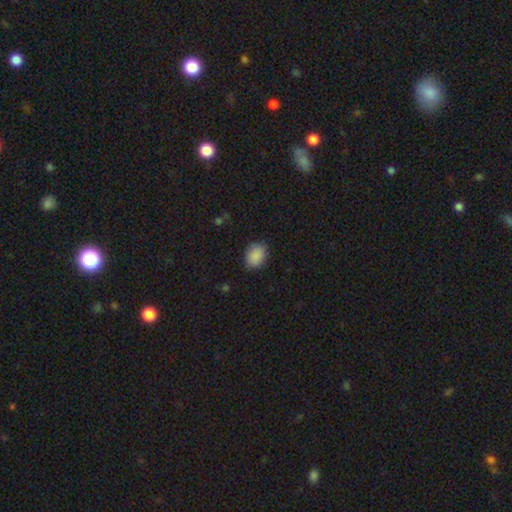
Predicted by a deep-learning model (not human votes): A smooth galaxy with no disk features (89%) that is in between round and cigar-shaped (63%).

Vote fractions:
- Smooth or featured? smooth: 89% / star or artifact: 8% / featured or disk: 3%
- How rounded? in between: 63% / round: 36% / cigar-shaped: 1%
- Merging? none: 83% / minor disturbance: 14% / major disturbance: 3% / merger: 1%